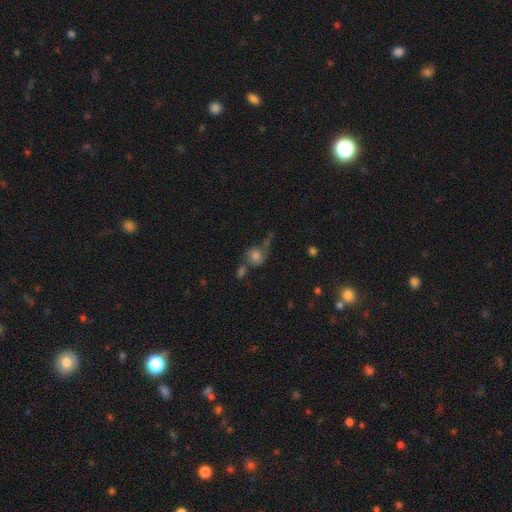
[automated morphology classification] A smooth galaxy with no disk features (73%) that is round (79%).

Vote fractions:
- Smooth or featured? smooth: 73% / featured or disk: 14% / star or artifact: 13%
- How rounded? round: 79% / in between: 19% / cigar-shaped: 1%
- Merging? none: 43% / merger: 27% / minor disturbance: 17% / major disturbance: 14%